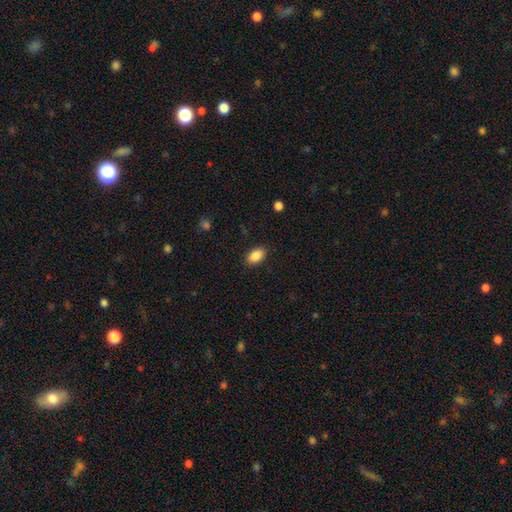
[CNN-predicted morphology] Q: Smooth or featured?
A: smooth (88%); runner-up: star or artifact (8%)
Q: How rounded?
A: in between (89%); runner-up: round (9%)
Q: Merging?
A: none (88%); runner-up: minor disturbance (9%)